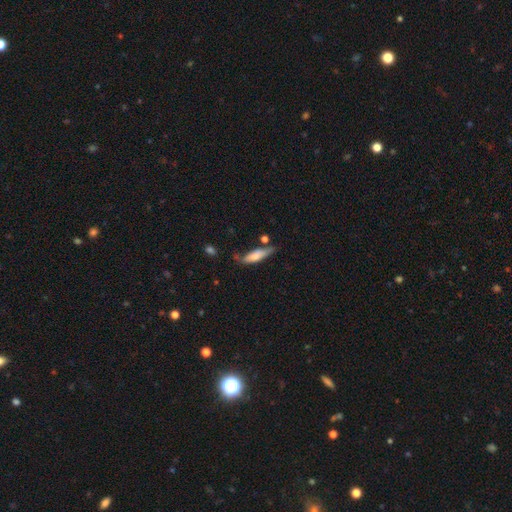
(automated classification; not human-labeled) Smooth or featured: smooth — 66% (featured or disk — 28%)
How rounded: cigar-shaped — 61% (in between — 37%)
Merging: none — 57% (minor disturbance — 28%)